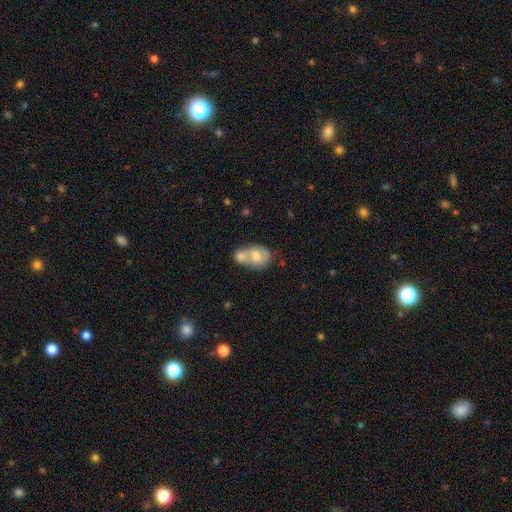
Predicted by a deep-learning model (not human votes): Smooth or featured? Predicted: smooth (p=0.62). How rounded? Predicted: in between (p=0.63). Merging? Predicted: merger (p=0.67).